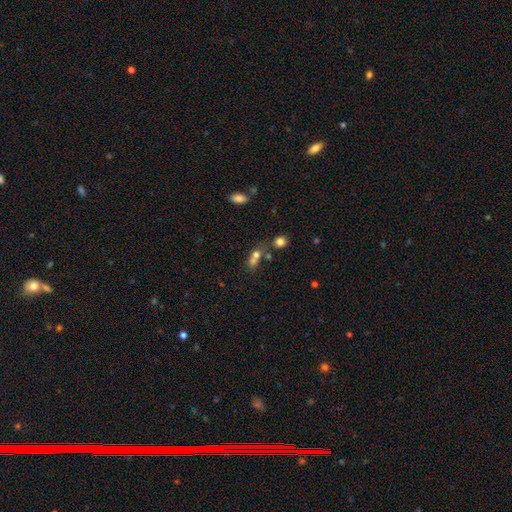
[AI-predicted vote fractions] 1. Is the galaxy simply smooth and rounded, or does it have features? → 67% smooth, 17% star or artifact, 16% featured or disk.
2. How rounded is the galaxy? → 50% round, 45% in between, 5% cigar-shaped.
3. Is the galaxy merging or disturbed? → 54% merger, 31% none, 9% minor disturbance, 7% major disturbance.